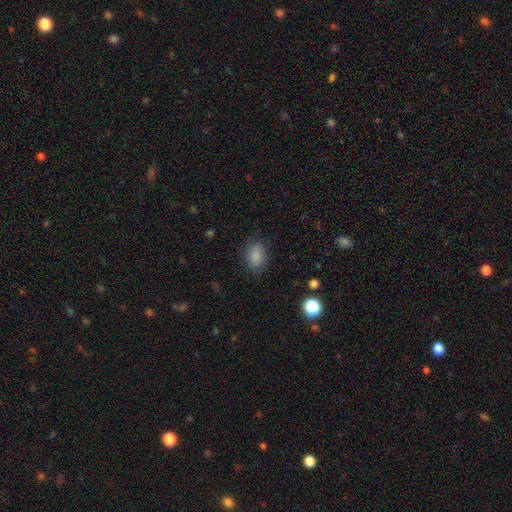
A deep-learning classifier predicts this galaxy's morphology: Smooth or featured? Predicted: smooth (p=0.86). How rounded? Predicted: in between (p=0.83). Merging? Predicted: none (p=0.83).